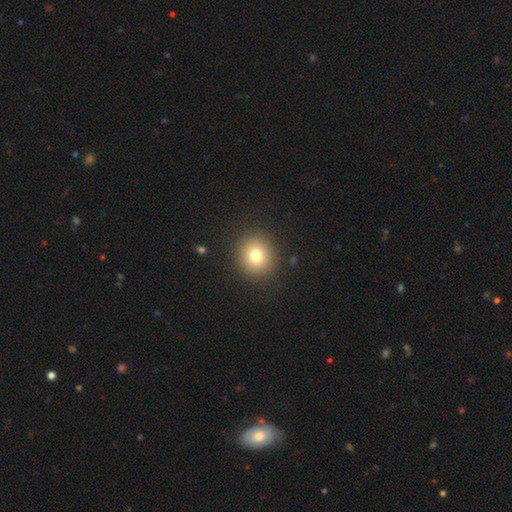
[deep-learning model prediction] smooth_or_featured: smooth (p=0.77) [alt: star or artifact p=0.13]
how_rounded: round (p=0.91) [alt: in between p=0.08]
merging: none (p=0.90) [alt: minor disturbance p=0.06]